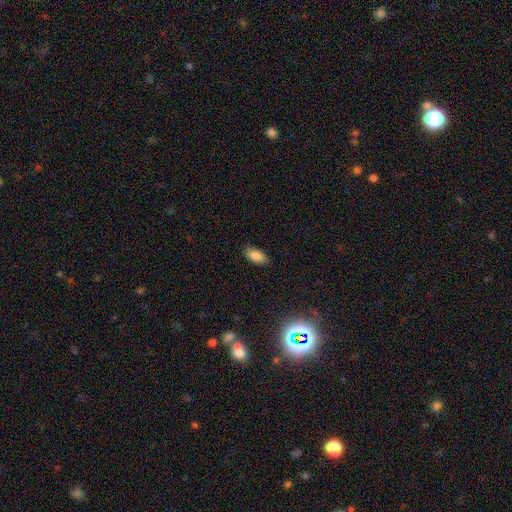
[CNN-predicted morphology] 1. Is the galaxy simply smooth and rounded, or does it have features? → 83% smooth, 9% star or artifact, 8% featured or disk.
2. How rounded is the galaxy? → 91% in between, 5% cigar-shaped, 4% round.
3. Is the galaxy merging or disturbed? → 82% none, 14% minor disturbance, 3% major disturbance, 1% merger.